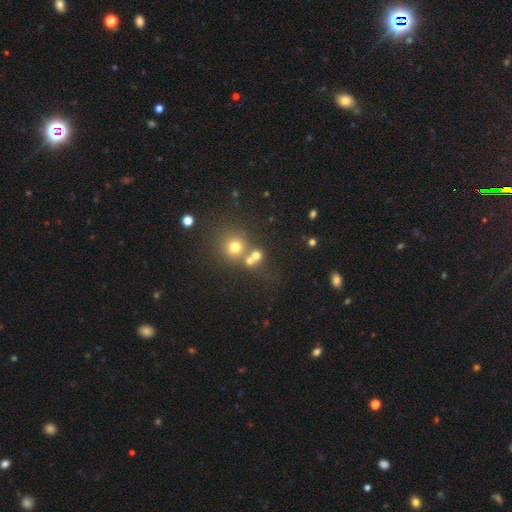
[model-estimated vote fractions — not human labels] A smooth galaxy with no disk features (66%) that is round (83%). Merging: none (49%).